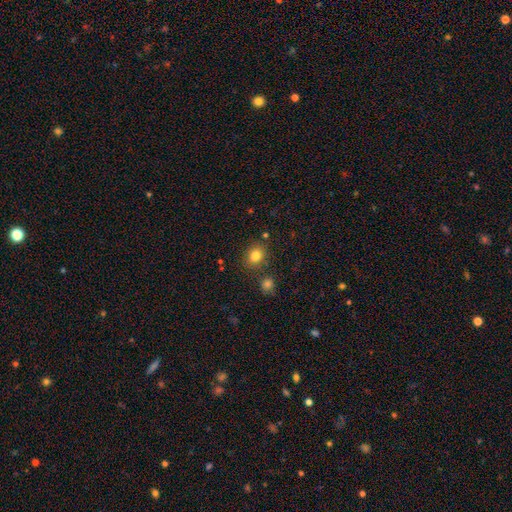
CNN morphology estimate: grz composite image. It shows a smooth galaxy with no disk features (82%) that is round (58%). Merging: none (78%).